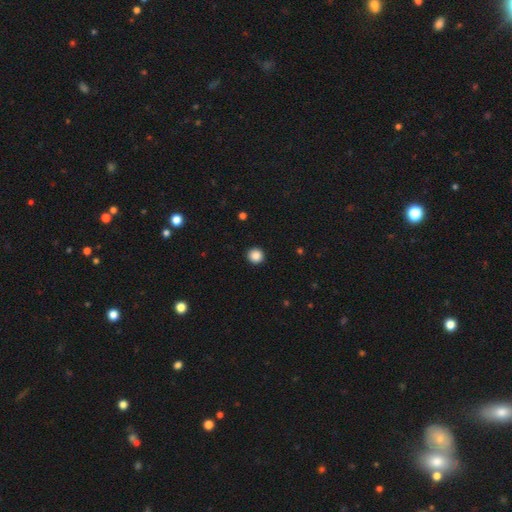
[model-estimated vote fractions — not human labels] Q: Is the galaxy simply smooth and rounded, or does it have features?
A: smooth — 87%.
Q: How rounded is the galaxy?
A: round — 95%.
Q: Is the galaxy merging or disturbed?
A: none — 93%.